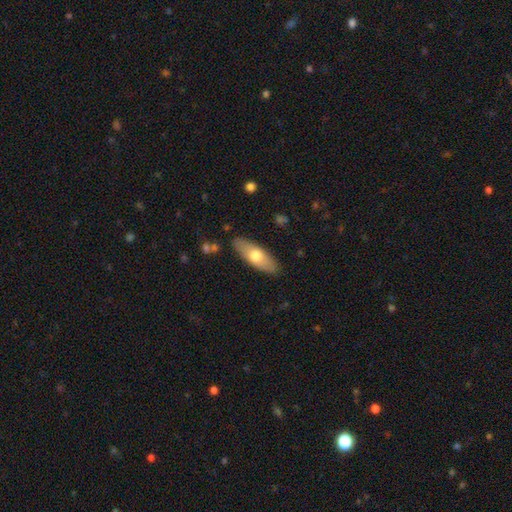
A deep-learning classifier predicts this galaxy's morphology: smooth 63%, featured or disk 32%, star or artifact 5%. Down the decision tree: how rounded — in between (62%); merging — none (87%).